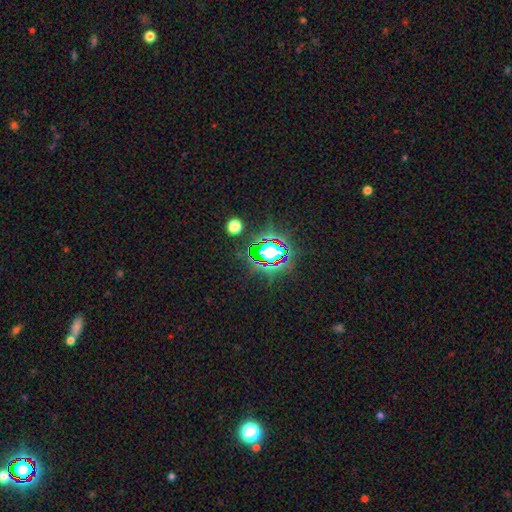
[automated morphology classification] A star or artifact, not a galaxy (78%).